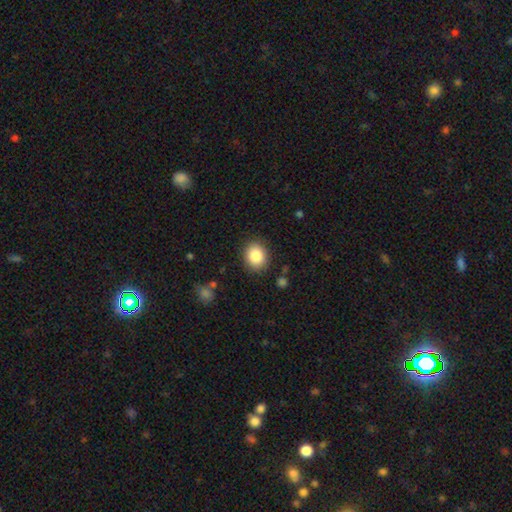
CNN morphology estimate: type=smooth (87%); roundness=round (54%); merging=none (87%).